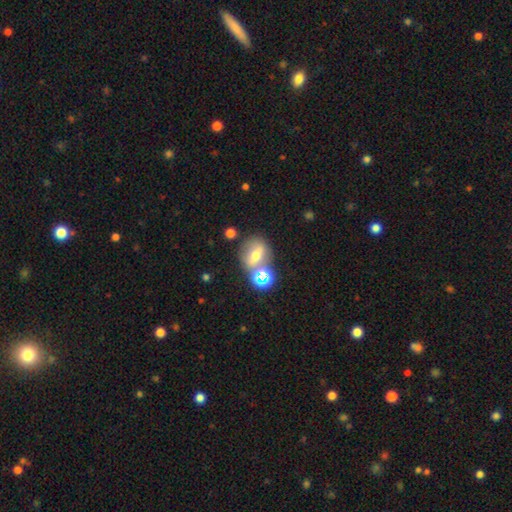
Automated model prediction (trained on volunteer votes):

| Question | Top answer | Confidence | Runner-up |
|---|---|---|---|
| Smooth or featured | smooth | 45% | featured or disk (36%) |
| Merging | none | 55% | merger (25%) |